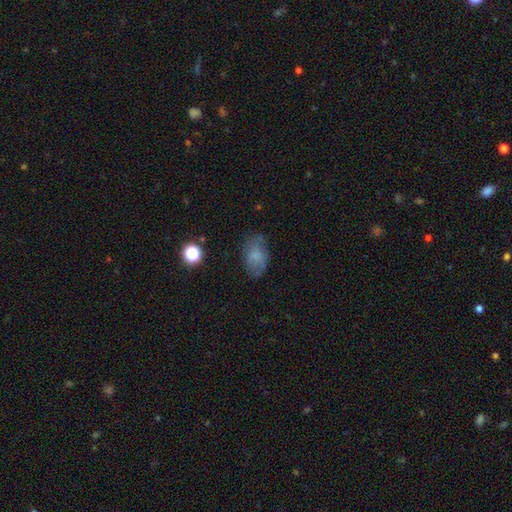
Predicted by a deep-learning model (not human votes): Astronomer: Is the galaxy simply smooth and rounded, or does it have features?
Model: smooth — 65%.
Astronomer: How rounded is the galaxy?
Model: in between — 86%.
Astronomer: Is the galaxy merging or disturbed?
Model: none — 67%.